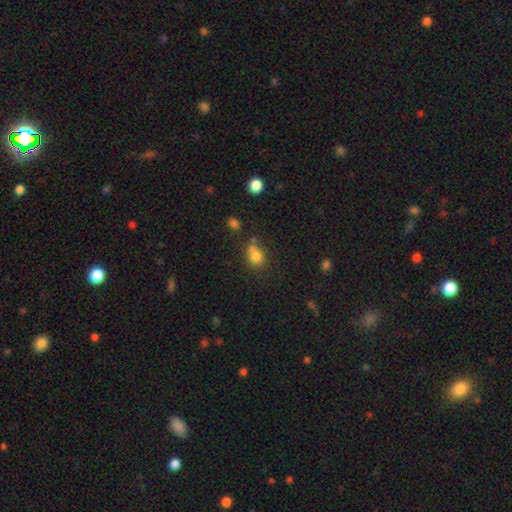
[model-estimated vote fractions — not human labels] smooth_or_featured: smooth (p=0.75) [alt: star or artifact p=0.14]
how_rounded: round (p=0.63) [alt: in between p=0.36]
merging: none (p=0.45) [alt: merger p=0.30]